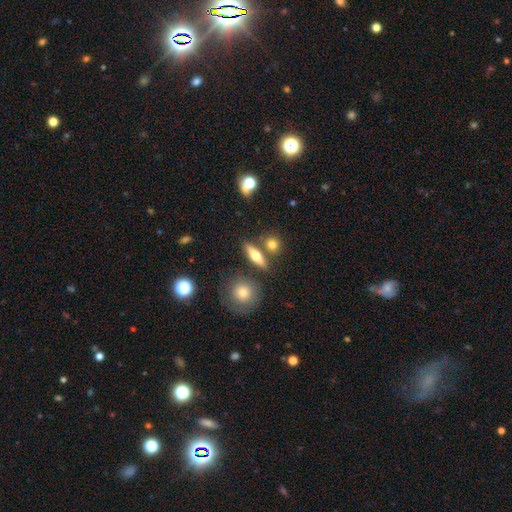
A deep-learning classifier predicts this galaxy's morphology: type=smooth (56%); roundness=cigar-shaped (46%); merging=none (76%).